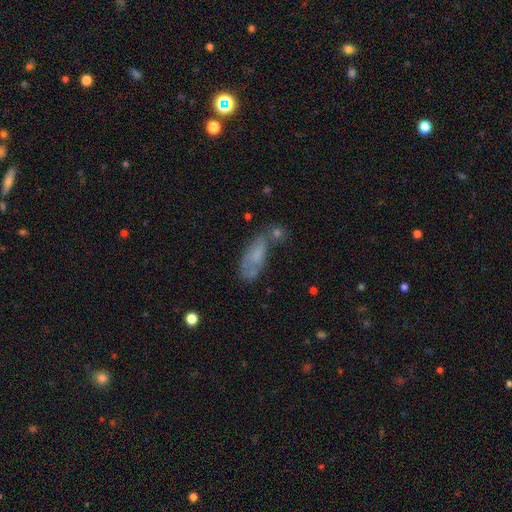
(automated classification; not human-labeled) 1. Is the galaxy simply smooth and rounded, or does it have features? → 56% smooth, 33% featured or disk, 12% star or artifact.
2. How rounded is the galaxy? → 72% in between, 24% cigar-shaped, 4% round.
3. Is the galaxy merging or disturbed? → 38% none, 25% minor disturbance, 19% merger, 18% major disturbance.